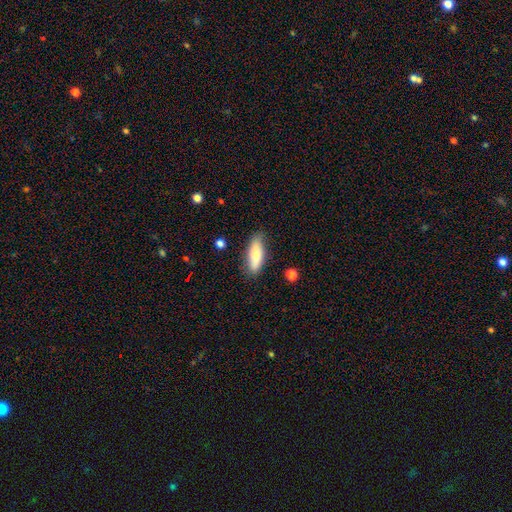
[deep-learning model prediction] Q: Smooth or featured?
A: smooth (78%); runner-up: featured or disk (16%)
Q: How rounded?
A: in between (62%); runner-up: cigar-shaped (35%)
Q: Merging?
A: none (79%); runner-up: minor disturbance (16%)